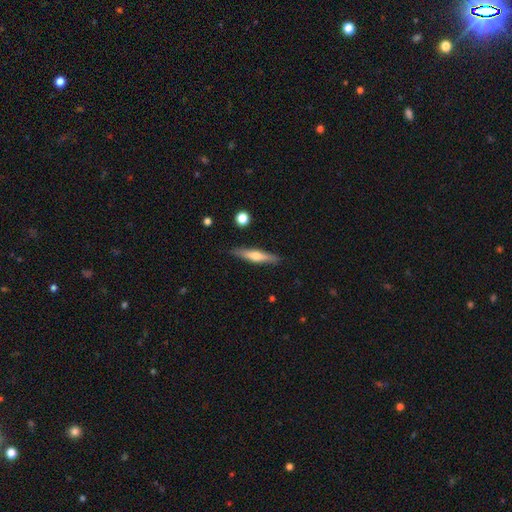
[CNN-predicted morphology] Smooth or featured: smooth — 47% (tied with featured or disk — 47%)
Merging: none — 87% (minor disturbance — 10%)